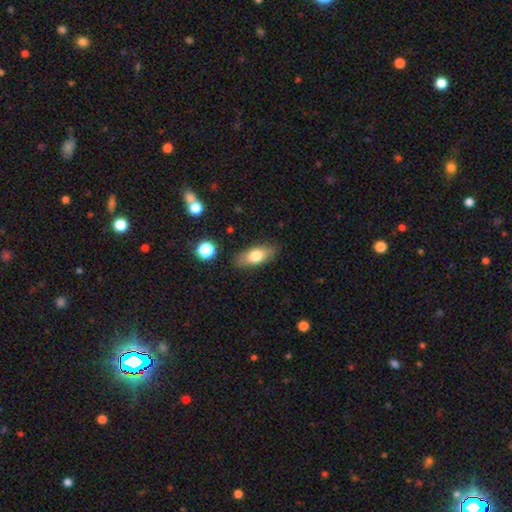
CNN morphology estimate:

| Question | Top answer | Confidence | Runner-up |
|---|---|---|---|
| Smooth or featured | smooth | 73% | featured or disk (19%) |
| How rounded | in between | 79% | cigar-shaped (16%) |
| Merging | none | 84% | minor disturbance (11%) |